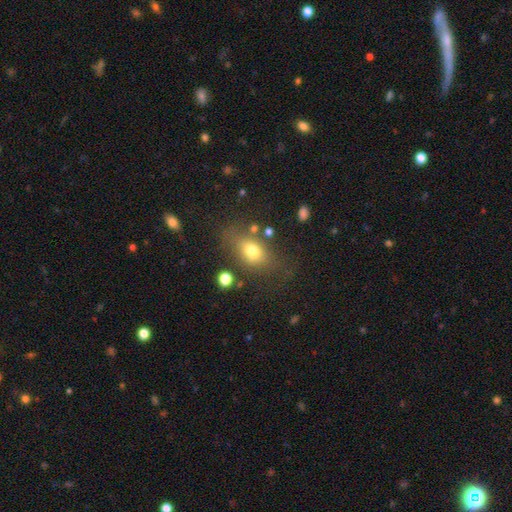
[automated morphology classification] Smooth or featured? smooth (53%)
How rounded? in between (61%)
Merging? none (73%)